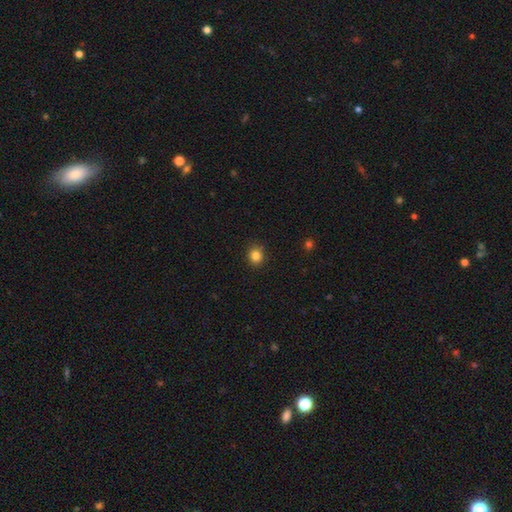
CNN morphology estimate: type=smooth (83%); roundness=round (79%); merging=none (87%).